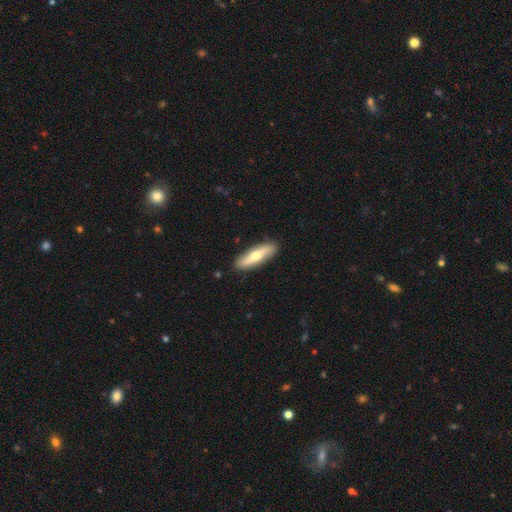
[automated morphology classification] A smooth galaxy with no disk features (48%).

Vote fractions:
- Smooth or featured? smooth: 48% / featured or disk: 47% / star or artifact: 5%
- Merging? none: 88% / minor disturbance: 9% / major disturbance: 2% / merger: 1%